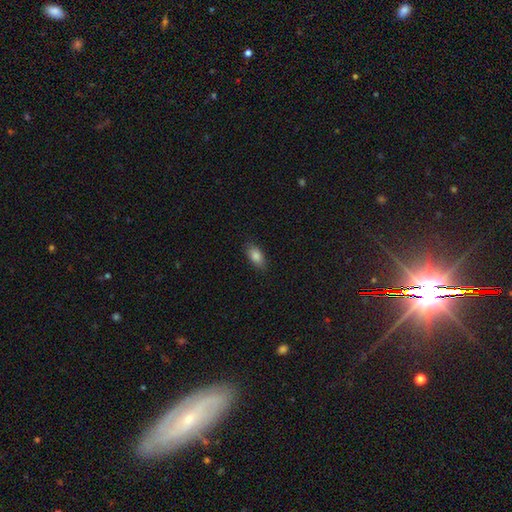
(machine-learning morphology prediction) The model was most divided on "merging": none: 85%, minor disturbance: 11%, major disturbance: 3%, merger: 1%. More confident: how rounded — in between (89%); smooth or featured — smooth (85%).